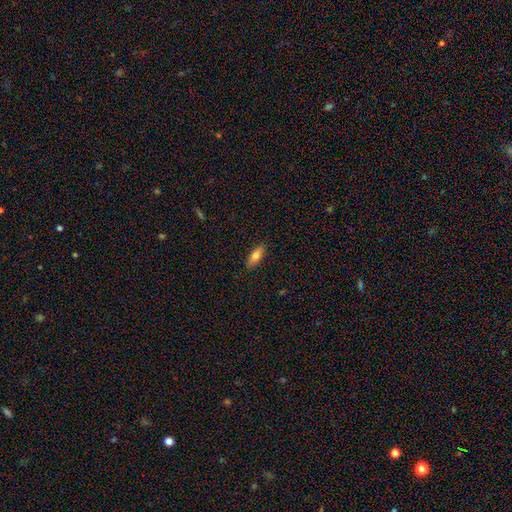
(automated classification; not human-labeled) Smooth or featured: smooth — 72% (featured or disk — 22%)
How rounded: in between — 59% (cigar-shaped — 39%)
Merging: none — 88% (minor disturbance — 9%)